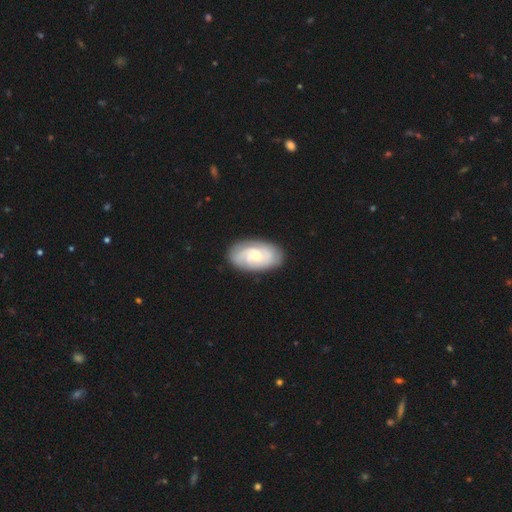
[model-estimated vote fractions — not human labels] Smooth or featured? featured or disk (69%)
Edge-on disk? no (96%)
Bar? no (66%)
Spiral arms? yes (93%)
Spiral winding? tight (63%)
Spiral arm count? 2 (46%)
Bulge size? small (47%)
Merging? none (82%)